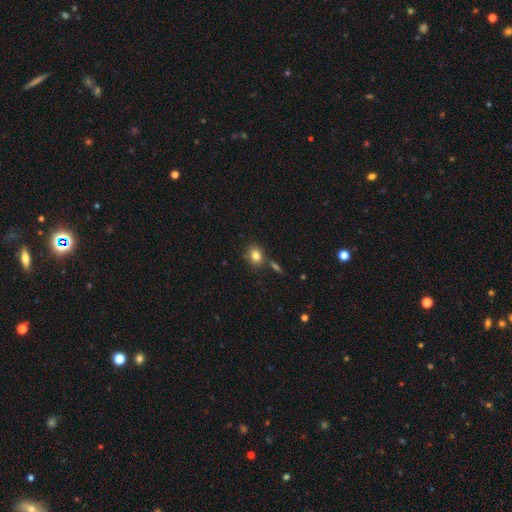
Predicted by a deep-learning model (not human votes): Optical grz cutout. It shows a smooth galaxy with no disk features (82%) that is round (52%). Merging: none (74%).